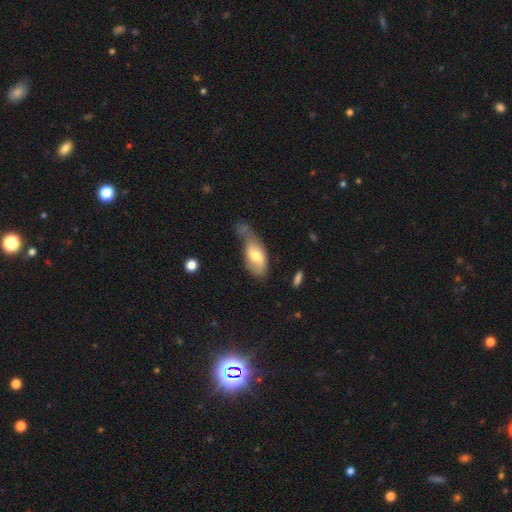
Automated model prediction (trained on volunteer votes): A smooth galaxy with no disk features (65%) that is in between round and cigar-shaped (88%).

Vote fractions:
- Smooth or featured? smooth: 65% / featured or disk: 28% / star or artifact: 7%
- How rounded? in between: 88% / cigar-shaped: 9% / round: 4%
- Merging? minor disturbance: 33% / none: 27% / major disturbance: 24% / merger: 16%